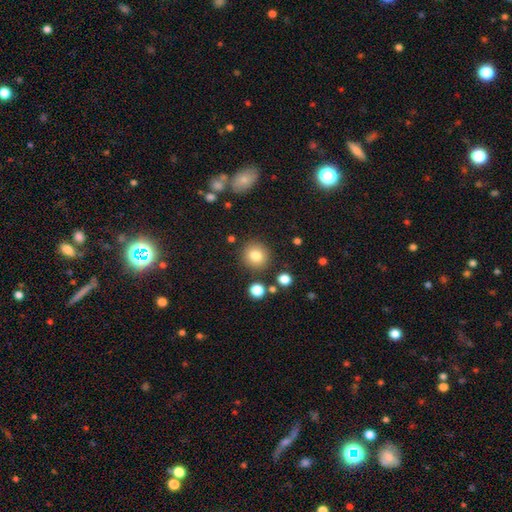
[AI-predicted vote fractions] This is clearly a smooth galaxy (81%). How rounded: clearly round (90%). Merging: clearly none (86%).